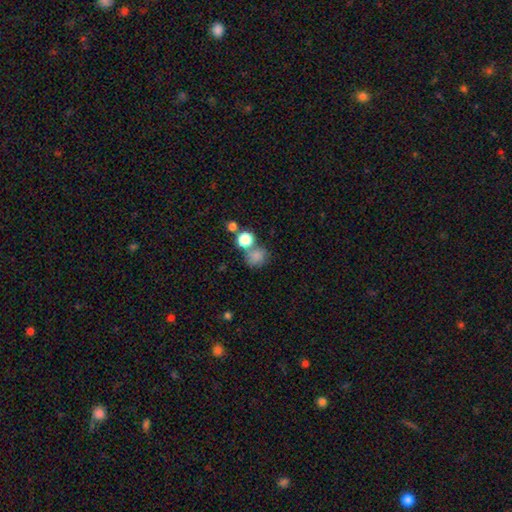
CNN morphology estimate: A smooth galaxy with no disk features (77%) that is round (75%).

Vote fractions:
- Smooth or featured? smooth: 77% / star or artifact: 14% / featured or disk: 9%
- How rounded? round: 75% / in between: 24% / cigar-shaped: 1%
- Merging? none: 49% / merger: 31% / minor disturbance: 13% / major disturbance: 7%